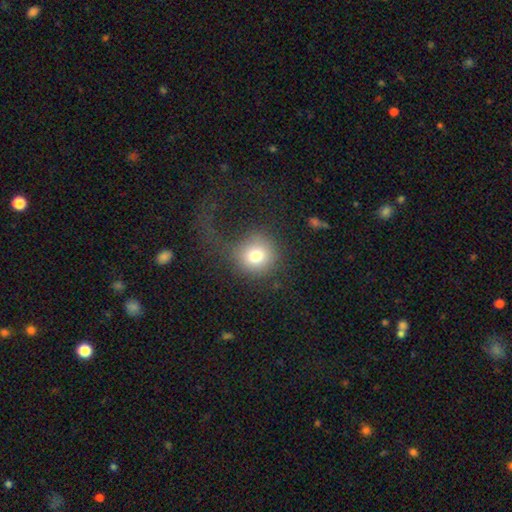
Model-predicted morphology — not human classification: smooth-or-featured: smooth: 76% | star or artifact: 13% | featured or disk: 11%
  how-rounded: round: 91% | in between: 8% | cigar-shaped: 1%
  merging: none: 57% | major disturbance: 25% | minor disturbance: 15% | merger: 3%